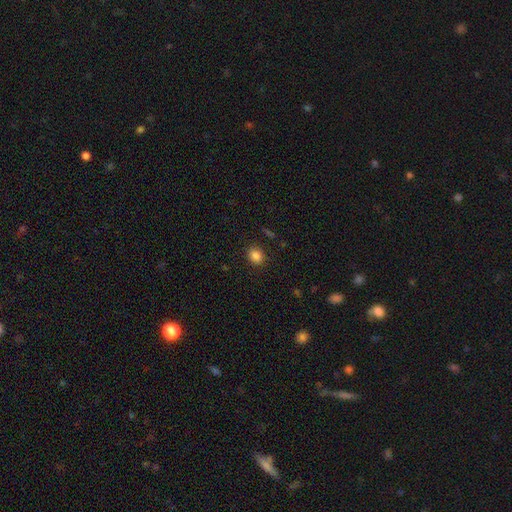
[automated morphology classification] Overall: smooth (85%). How rounded: round (60%; in between 39%). Merging: none (89%).